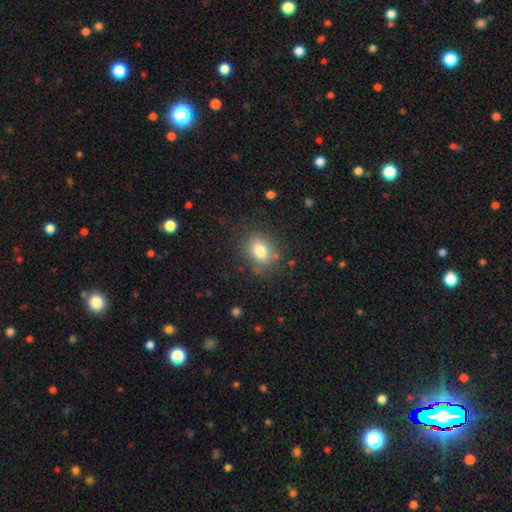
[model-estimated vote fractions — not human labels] smooth-or-featured: smooth: 75% | star or artifact: 16% | featured or disk: 9%
  how-rounded: in between: 57% | round: 42% | cigar-shaped: 1%
  merging: none: 84% | minor disturbance: 11% | major disturbance: 3% | merger: 2%